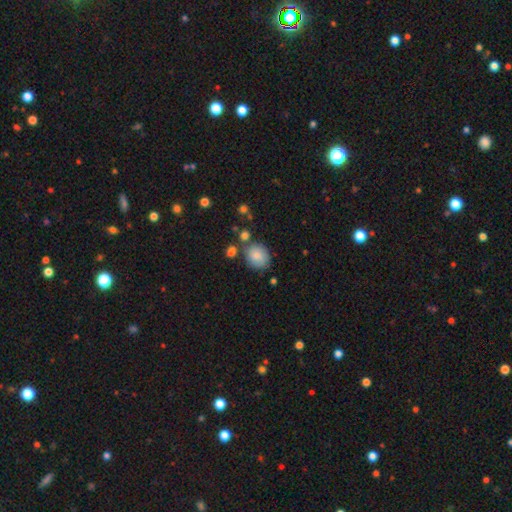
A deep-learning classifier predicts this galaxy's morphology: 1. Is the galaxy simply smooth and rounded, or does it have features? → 84% smooth, 8% featured or disk, 8% star or artifact.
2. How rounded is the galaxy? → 63% round, 36% in between, 1% cigar-shaped.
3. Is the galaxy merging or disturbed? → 67% none, 17% minor disturbance, 11% merger, 5% major disturbance.